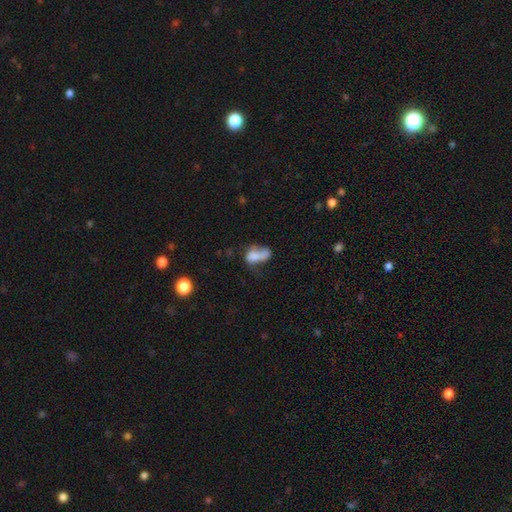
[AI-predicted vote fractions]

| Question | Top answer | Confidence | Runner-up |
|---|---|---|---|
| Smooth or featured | smooth | 65% | featured or disk (23%) |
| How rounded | in between | 86% | round (9%) |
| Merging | major disturbance | 33% | none (24%) |